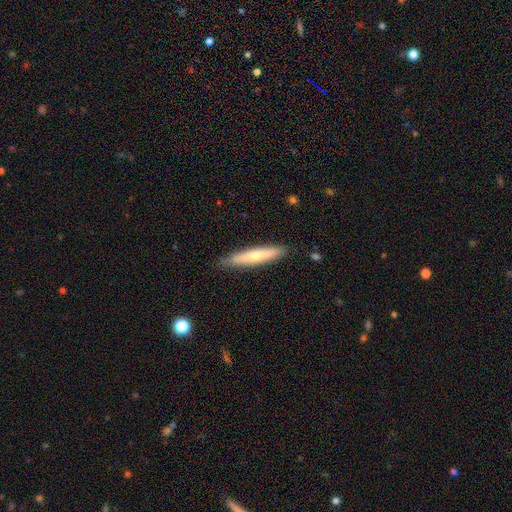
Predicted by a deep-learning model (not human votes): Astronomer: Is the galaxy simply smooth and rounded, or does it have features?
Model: smooth — 57% (runner-up: featured or disk, 38%).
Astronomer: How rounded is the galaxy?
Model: cigar-shaped — 88%.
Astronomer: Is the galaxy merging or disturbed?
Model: none — 85%.